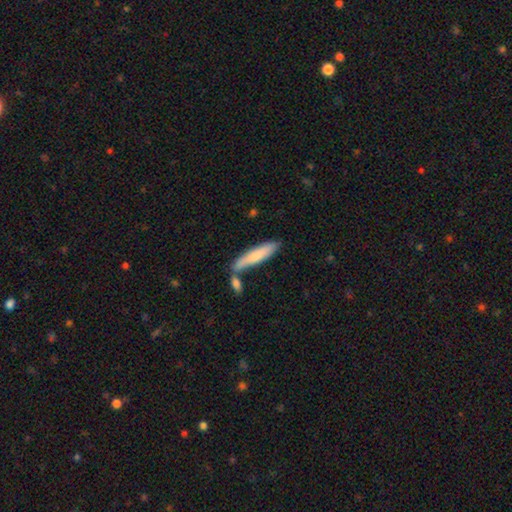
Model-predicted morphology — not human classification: type=smooth (73%); roundness=cigar-shaped (83%); merging=none (64%).